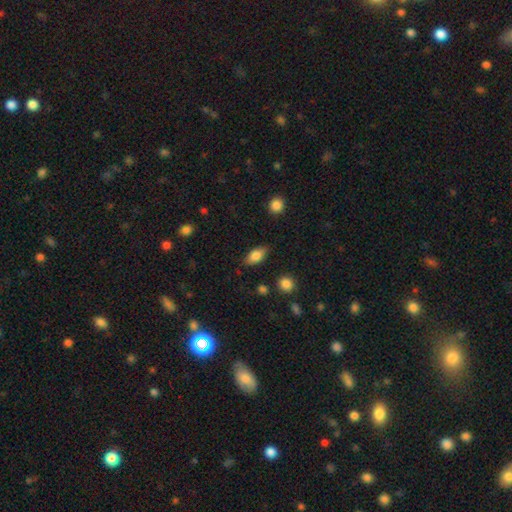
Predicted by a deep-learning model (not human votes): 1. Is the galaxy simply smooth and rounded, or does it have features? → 79% smooth, 14% featured or disk, 7% star or artifact.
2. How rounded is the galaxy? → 87% in between, 9% cigar-shaped, 4% round.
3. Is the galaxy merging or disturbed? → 83% none, 13% minor disturbance, 3% major disturbance, 2% merger.